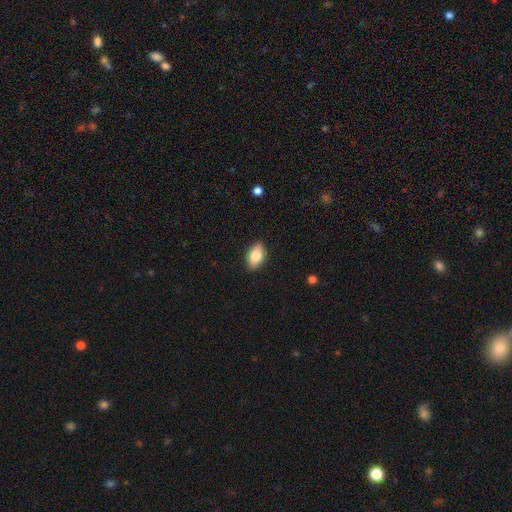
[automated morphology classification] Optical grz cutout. It shows a smooth galaxy with no disk features (82%) that is in between round and cigar-shaped (91%). Merging: none (88%).